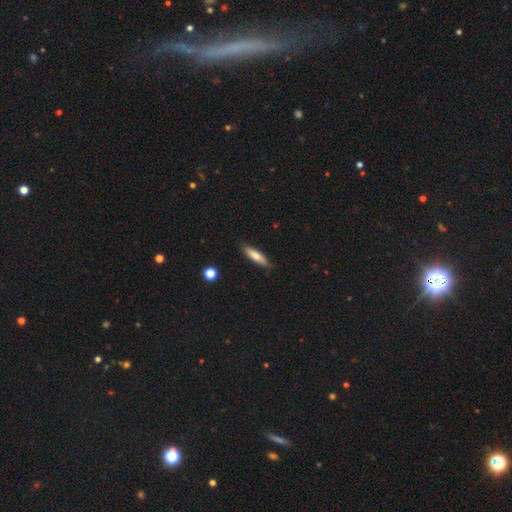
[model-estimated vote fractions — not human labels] A smooth galaxy with no disk features (73%) that is cigar-shaped (69%).

Vote fractions:
- Smooth or featured? smooth: 73% / featured or disk: 20% / star or artifact: 6%
- How rounded? cigar-shaped: 69% / in between: 29% / round: 2%
- Merging? none: 85% / minor disturbance: 12% / major disturbance: 2% / merger: 1%